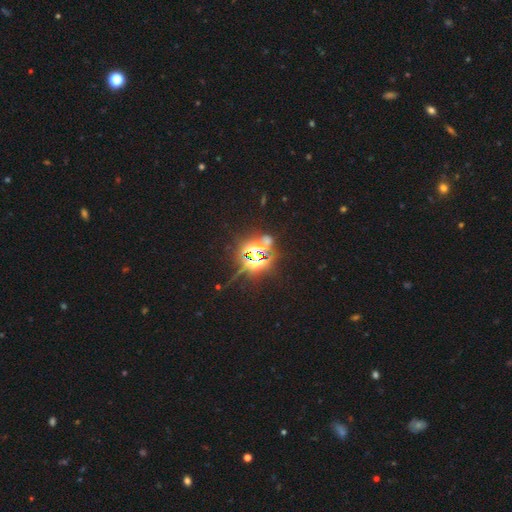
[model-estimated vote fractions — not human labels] Smooth or featured: star or artifact — 75% (smooth — 14%)